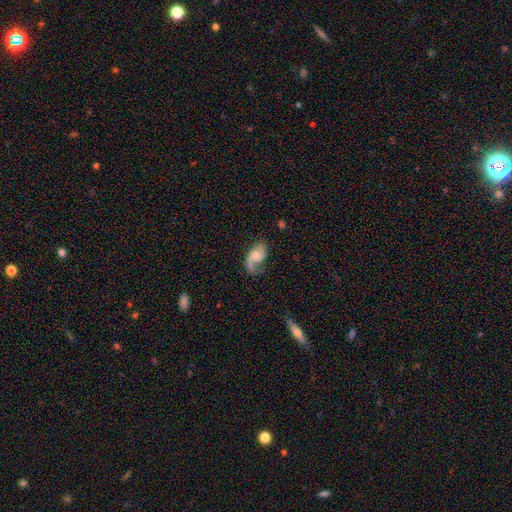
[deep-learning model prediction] Q: Smooth or featured?
A: featured or disk (75%); runner-up: smooth (19%)
Q: Edge-on disk?
A: no (96%); runner-up: yes (4%)
Q: Bar?
A: no (68%); runner-up: weak (27%)
Q: Spiral arms?
A: yes (92%); runner-up: no (8%)
Q: Spiral winding?
A: loose (50%); runner-up: medium (36%)
Q: Spiral arm count?
A: 2 (49%); runner-up: 1 (45%)
Q: Bulge size?
A: moderate (60%); runner-up: small (30%)
Q: Merging?
A: none (49%); runner-up: major disturbance (25%)